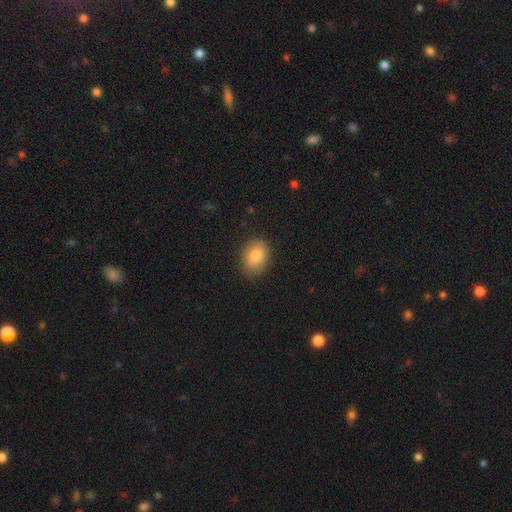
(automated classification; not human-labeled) The model was most divided on "how rounded": in between: 72%, round: 27%, cigar-shaped: 1%. More confident: merging — none (85%); smooth or featured — smooth (84%).